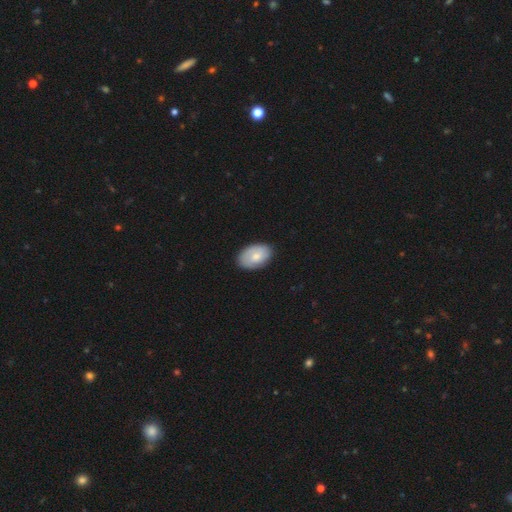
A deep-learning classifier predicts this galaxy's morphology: type=smooth (70%); roundness=in between (90%); merging=none (81%).